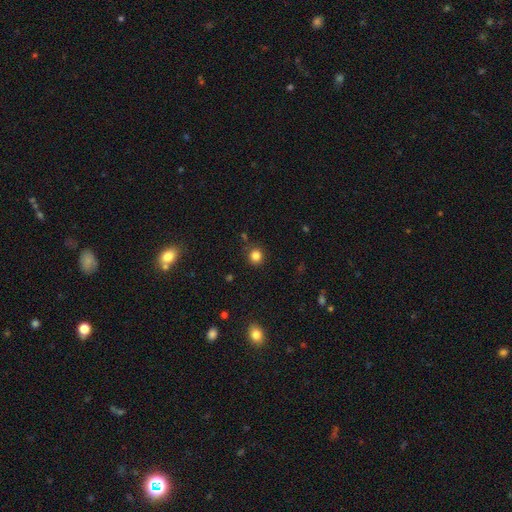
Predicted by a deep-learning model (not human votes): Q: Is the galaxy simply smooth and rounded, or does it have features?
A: smooth — 83%.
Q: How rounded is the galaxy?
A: round — 91%.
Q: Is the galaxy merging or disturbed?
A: none — 87%.